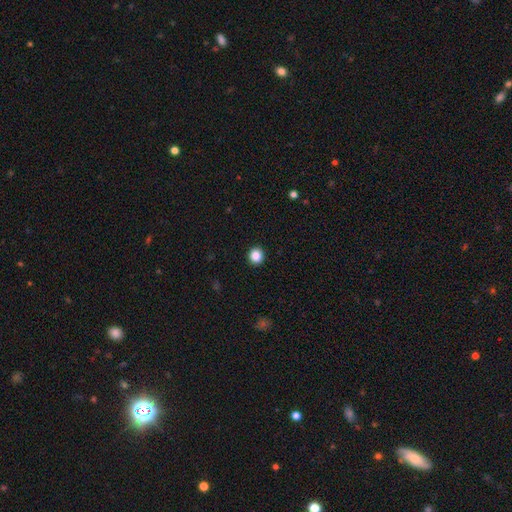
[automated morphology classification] Overall: smooth (87%). How rounded: round (92%). Merging: none (93%).